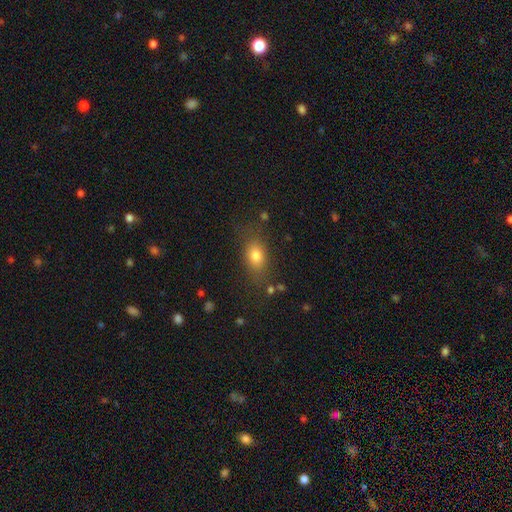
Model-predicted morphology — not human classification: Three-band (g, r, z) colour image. It shows a smooth galaxy with no disk features (77%) that is in between round and cigar-shaped (71%). Merging: none (76%).